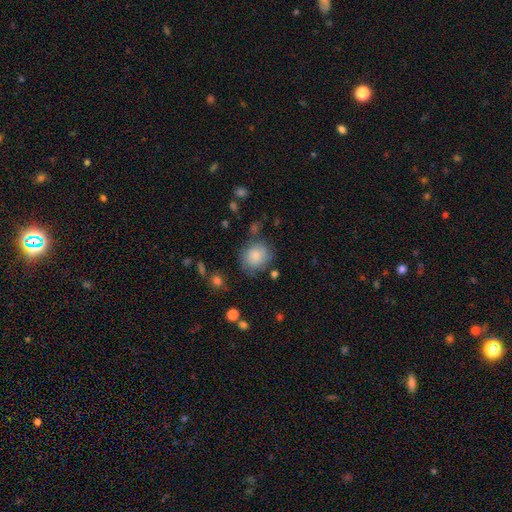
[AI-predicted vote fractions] Smooth or featured?
  - smooth: 80% *
  - featured or disk: 12%
  - star or artifact: 9%
How rounded?
  - round: 76% *
  - in between: 23%
  - cigar-shaped: 1%
Merging?
  - none: 67% *
  - minor disturbance: 21%
  - major disturbance: 8%
  - merger: 4%